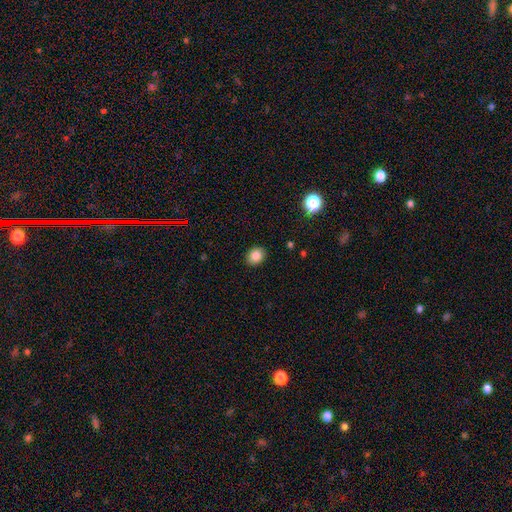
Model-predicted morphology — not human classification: smooth 85%, star or artifact 10%, featured or disk 5%. Down the decision tree: how rounded — round (58%); merging — none (90%).